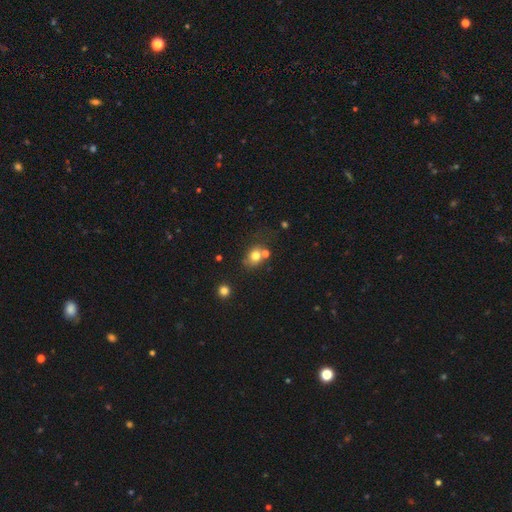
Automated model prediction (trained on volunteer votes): Smooth or featured? smooth (75%)
How rounded? round (60%)
Merging? none (52%)